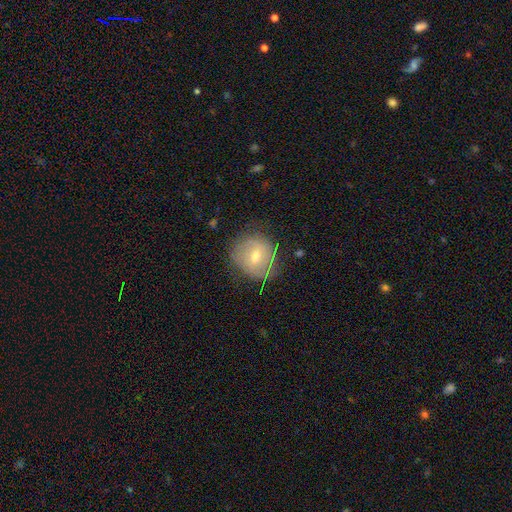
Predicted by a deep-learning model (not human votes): featured or disk 48%, smooth 43%, star or artifact 9%. Down the decision tree: merging — none (70%).